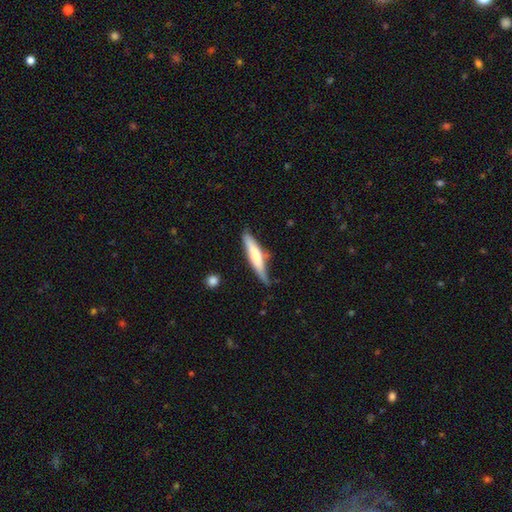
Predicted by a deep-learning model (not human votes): Overall: smooth (54%; featured or disk 41%). How rounded: cigar-shaped (85%). Merging: none (63%; minor disturbance 26%).